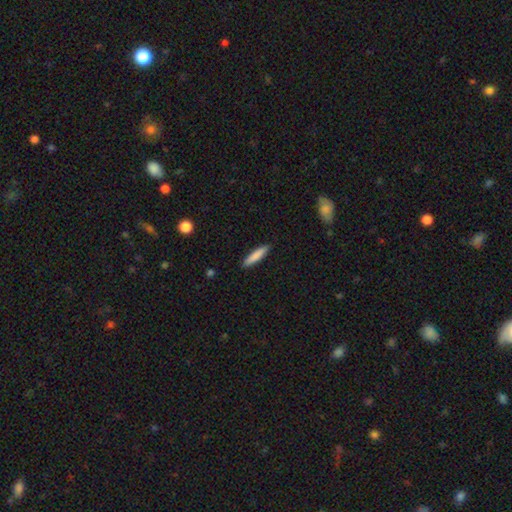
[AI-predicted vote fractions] Smooth or featured? Predicted: smooth (p=0.83). How rounded? Predicted: cigar-shaped (p=0.84). Merging? Predicted: none (p=0.89).